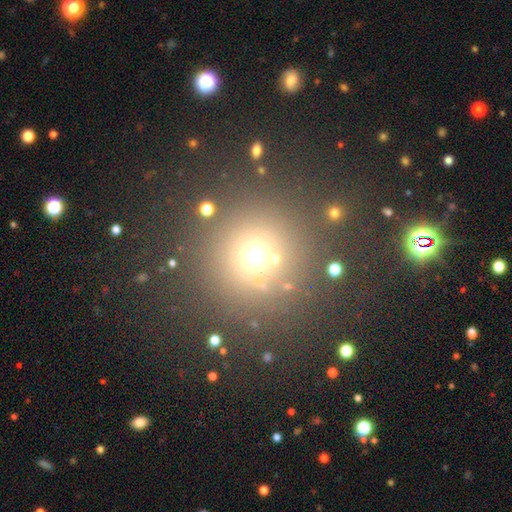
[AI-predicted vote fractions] Q: Smooth or featured?
A: smooth (53%); runner-up: star or artifact (37%)
Q: How rounded?
A: round (94%); runner-up: in between (5%)
Q: Merging?
A: none (78%); runner-up: merger (9%)